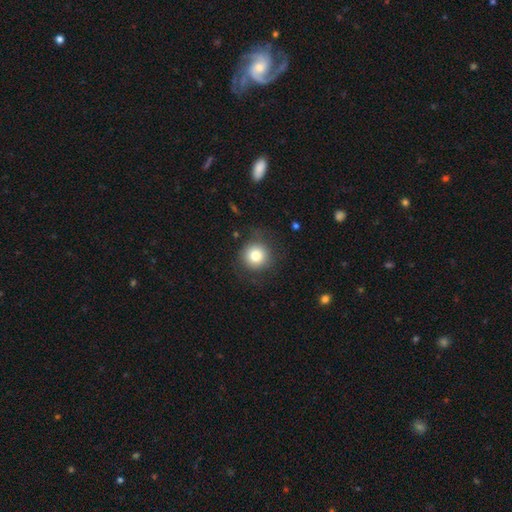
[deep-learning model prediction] Morphology: type=smooth (79%); roundness=round (94%); merging=none (83%).